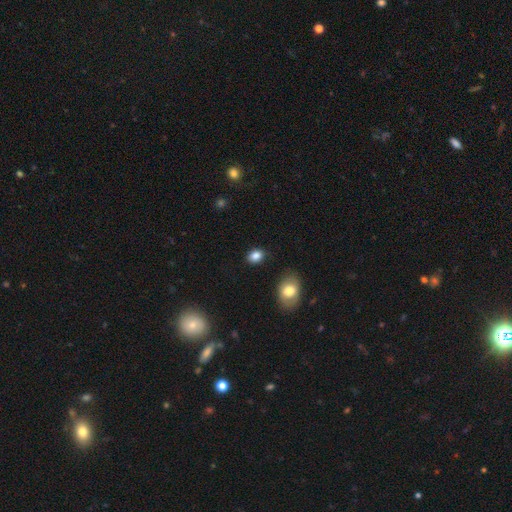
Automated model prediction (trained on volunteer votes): Smooth or featured: smooth — 85% (star or artifact — 9%)
How rounded: in between — 66% (round — 33%)
Merging: none — 83% (minor disturbance — 12%)